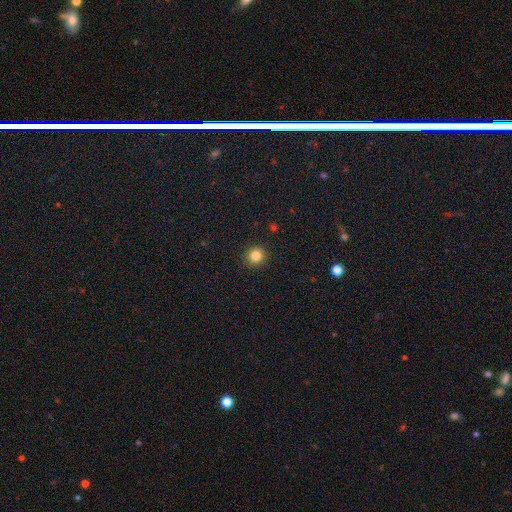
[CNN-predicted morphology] A smooth galaxy with no disk features (84%) that is round (92%).

Vote fractions:
- Smooth or featured? smooth: 84% / star or artifact: 11% / featured or disk: 4%
- How rounded? round: 92% / in between: 7% / cigar-shaped: 1%
- Merging? none: 92% / minor disturbance: 6% / major disturbance: 2% / merger: 1%